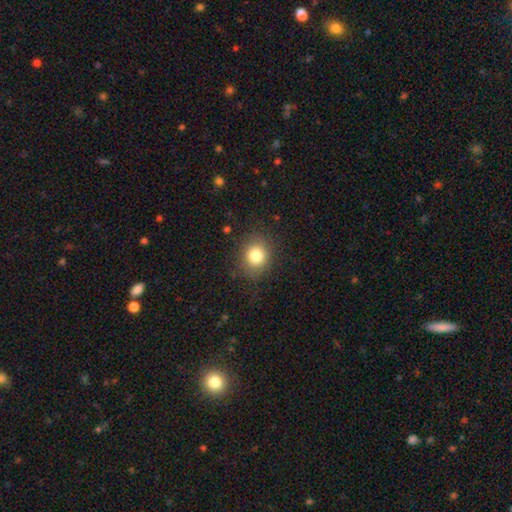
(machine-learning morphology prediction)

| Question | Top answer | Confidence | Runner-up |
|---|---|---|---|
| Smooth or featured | smooth | 81% | star or artifact (11%) |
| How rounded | round | 73% | in between (26%) |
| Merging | none | 82% | minor disturbance (12%) |